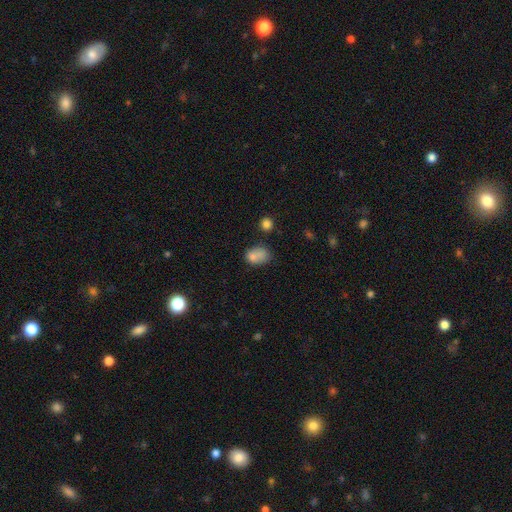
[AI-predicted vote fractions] Smooth or featured? Predicted: smooth (p=0.78). How rounded? Predicted: in between (p=0.72). Merging? Predicted: none (p=0.43).